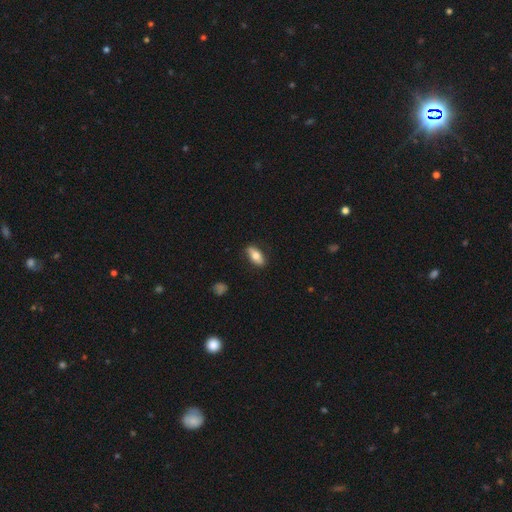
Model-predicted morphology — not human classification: A smooth galaxy with no disk features (70%) that is in between round and cigar-shaped (82%). Merging: none (84%).